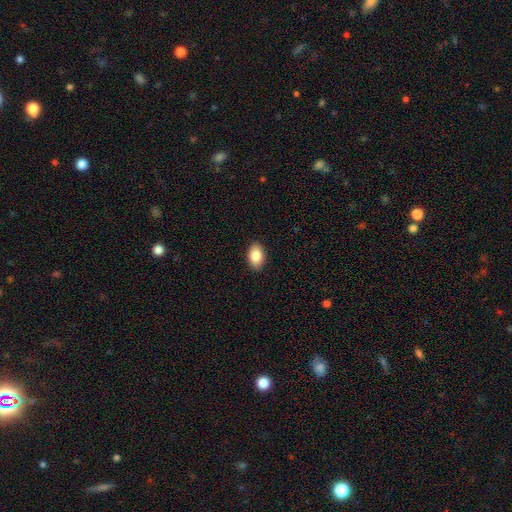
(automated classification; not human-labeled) A smooth galaxy with no disk features (87%) that is in between round and cigar-shaped (89%).

Vote fractions:
- Smooth or featured? smooth: 87% / star or artifact: 7% / featured or disk: 6%
- How rounded? in between: 89% / round: 10% / cigar-shaped: 1%
- Merging? none: 90% / minor disturbance: 7% / major disturbance: 2% / merger: 1%